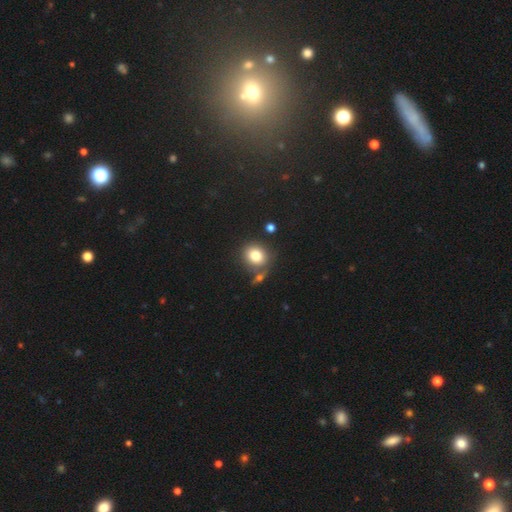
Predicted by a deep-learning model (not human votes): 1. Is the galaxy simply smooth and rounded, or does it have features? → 79% smooth, 11% star or artifact, 10% featured or disk.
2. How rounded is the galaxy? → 72% round, 27% in between, 1% cigar-shaped.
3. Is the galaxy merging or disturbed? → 67% none, 15% merger, 13% minor disturbance, 5% major disturbance.